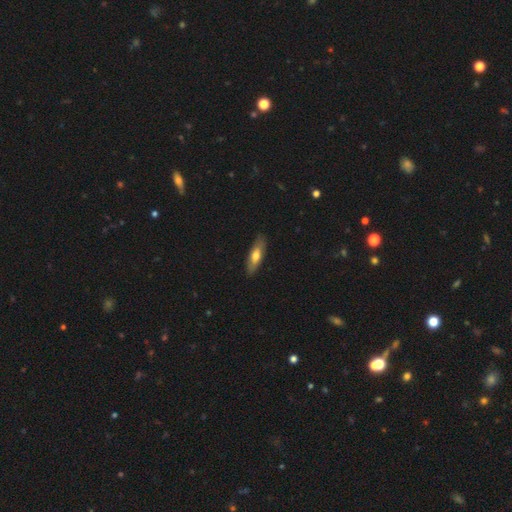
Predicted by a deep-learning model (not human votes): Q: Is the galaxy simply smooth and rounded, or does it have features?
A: smooth — 64%.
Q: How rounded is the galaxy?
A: cigar-shaped — 51%.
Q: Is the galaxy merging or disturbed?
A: none — 86%.